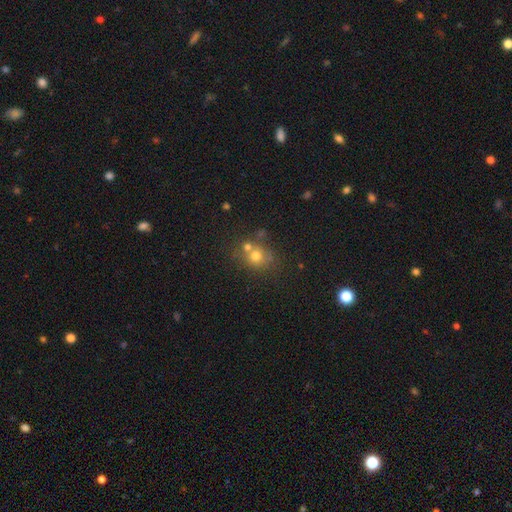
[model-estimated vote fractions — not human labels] The model was most divided on "merging": none: 53%, merger: 31%, minor disturbance: 11%, major disturbance: 5%. More confident: how rounded — round (77%); smooth or featured — smooth (68%).